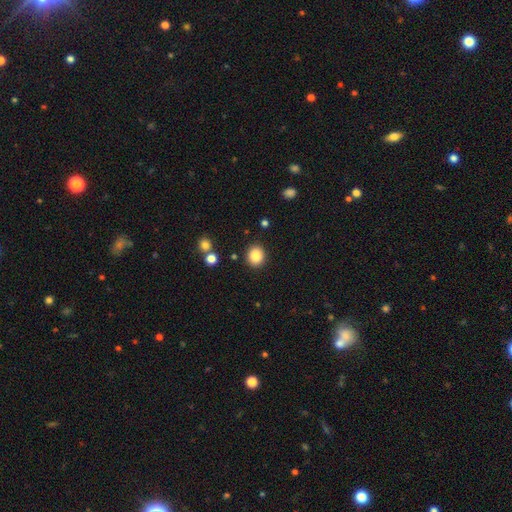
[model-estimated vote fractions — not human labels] A smooth galaxy with no disk features (86%) that is round (74%). Merging: none (88%).